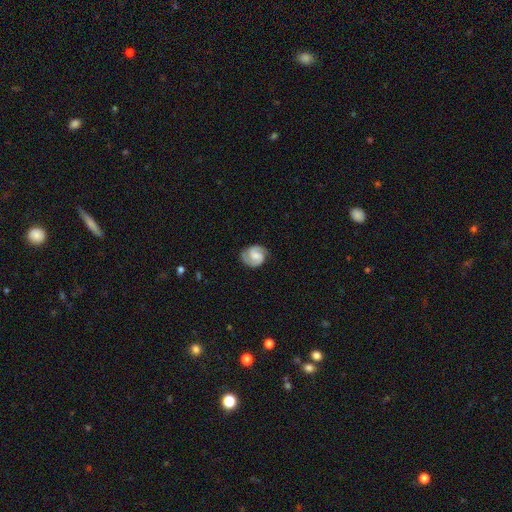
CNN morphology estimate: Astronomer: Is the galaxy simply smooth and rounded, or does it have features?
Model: featured or disk — 83%.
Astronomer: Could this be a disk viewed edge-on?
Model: no — 98%.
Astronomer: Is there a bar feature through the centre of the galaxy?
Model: weak — 45% (runner-up: no, 43%).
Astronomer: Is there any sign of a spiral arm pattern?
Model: yes — 97%.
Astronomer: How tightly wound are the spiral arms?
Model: medium — 46% (runner-up: tight, 45%).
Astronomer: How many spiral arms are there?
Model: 2 — 91%.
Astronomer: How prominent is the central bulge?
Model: moderate — 40% (runner-up: small, 37%).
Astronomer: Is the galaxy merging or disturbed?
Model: none — 81%.